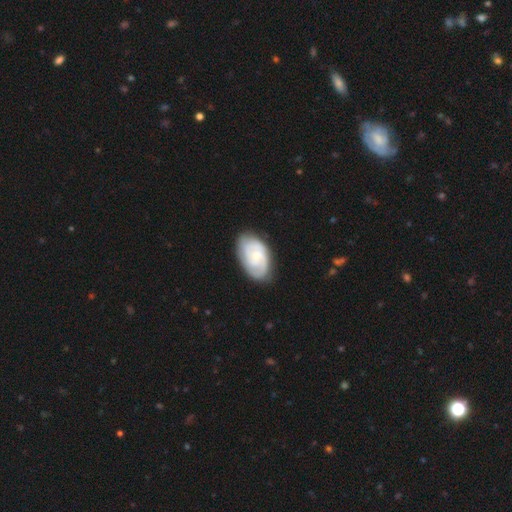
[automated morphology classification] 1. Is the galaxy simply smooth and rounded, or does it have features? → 69% featured or disk, 26% smooth, 5% star or artifact.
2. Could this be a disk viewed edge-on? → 97% no, 3% yes.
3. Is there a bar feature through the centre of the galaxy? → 63% no, 32% weak, 4% strong.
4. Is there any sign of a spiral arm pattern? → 93% yes, 7% no.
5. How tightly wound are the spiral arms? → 57% tight, 34% medium, 9% loose.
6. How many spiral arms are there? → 43% 2, 27% can't tell, 19% 3, 5% 1, 4% 4, 3% more than 4.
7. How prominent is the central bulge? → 55% small, 30% moderate, 10% none, 3% large, 1% dominant.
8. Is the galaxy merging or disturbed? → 77% none, 17% minor disturbance, 5% major disturbance, 1% merger.